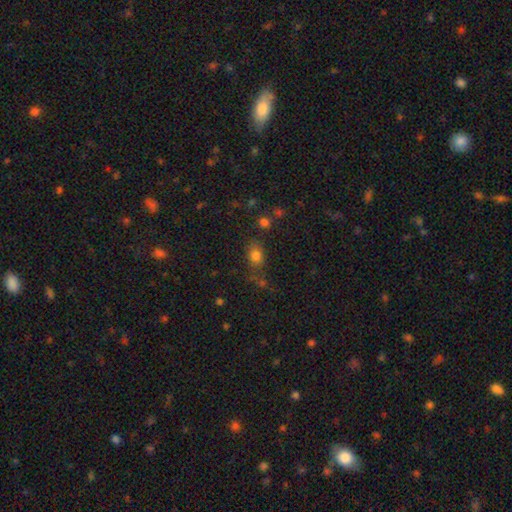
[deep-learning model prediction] A smooth galaxy with no disk features (76%) that is in between round and cigar-shaped (66%).

Vote fractions:
- Smooth or featured? smooth: 76% / star or artifact: 16% / featured or disk: 8%
- How rounded? in between: 66% / round: 31% / cigar-shaped: 3%
- Merging? none: 61% / minor disturbance: 19% / merger: 10% / major disturbance: 9%